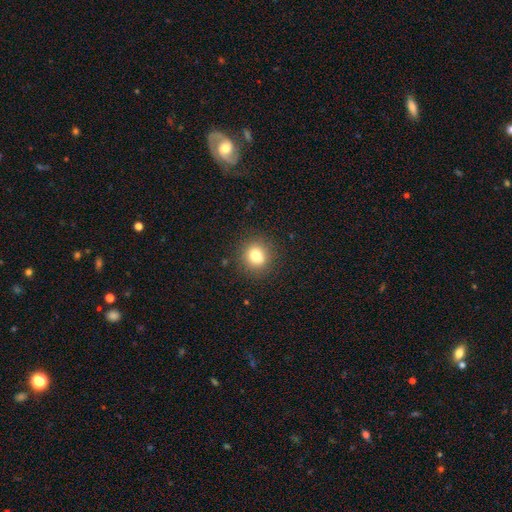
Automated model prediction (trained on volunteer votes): Smooth or featured: smooth — 75% (star or artifact — 14%)
How rounded: round — 86% (in between — 13%)
Merging: none — 85% (minor disturbance — 9%)